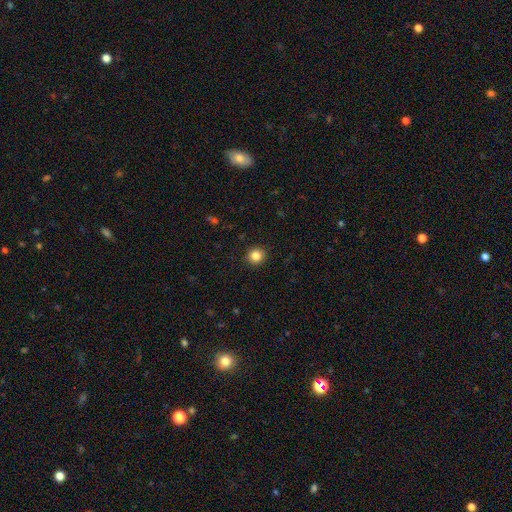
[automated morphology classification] This appears to be a smooth galaxy with no disk features (85%) that is round (92%). Merging: none (92%).